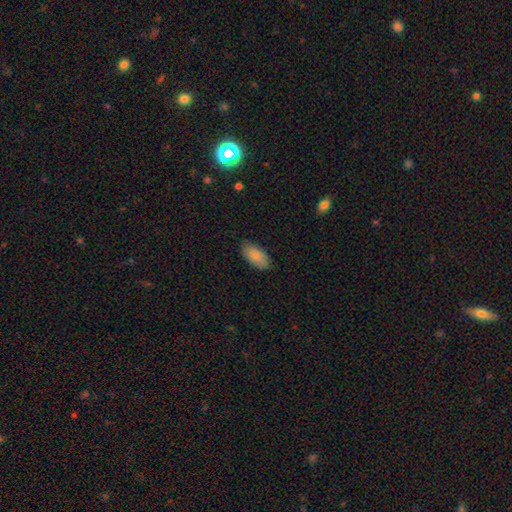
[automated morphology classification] Smooth or featured: smooth — 87% (featured or disk — 7%)
How rounded: in between — 94% (cigar-shaped — 4%)
Merging: none — 83% (minor disturbance — 13%)